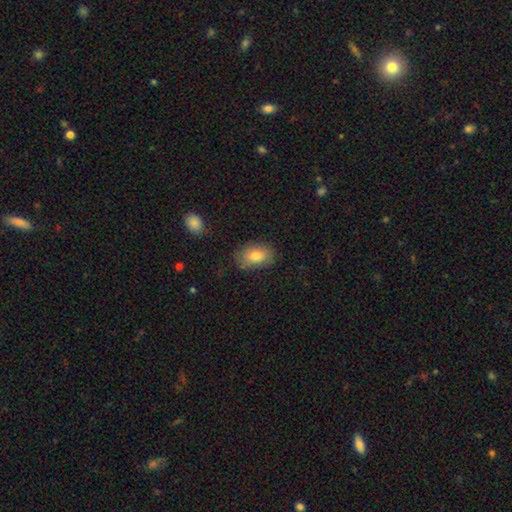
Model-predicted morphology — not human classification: The model was most divided on "merging": none: 79%, minor disturbance: 15%, major disturbance: 4%, merger: 2%. More confident: how rounded — in between (85%); smooth or featured — smooth (81%).